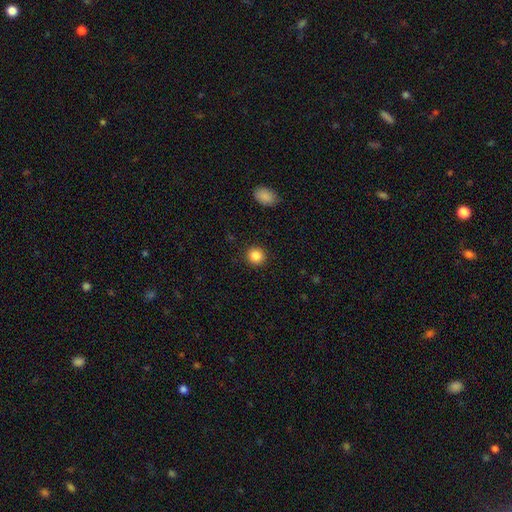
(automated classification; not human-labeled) smooth-or-featured: smooth: 86% | star or artifact: 10% | featured or disk: 4%
  how-rounded: round: 91% | in between: 8% | cigar-shaped: 1%
  merging: none: 91% | minor disturbance: 5% | major disturbance: 2% | merger: 1%